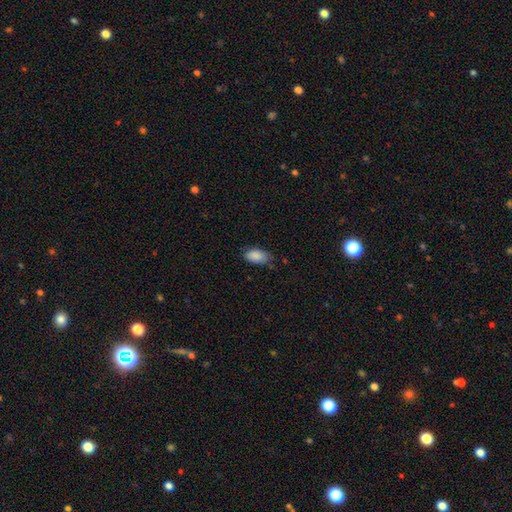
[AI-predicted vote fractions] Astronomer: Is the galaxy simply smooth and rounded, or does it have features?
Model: smooth — 88%.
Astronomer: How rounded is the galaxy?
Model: in between — 93%.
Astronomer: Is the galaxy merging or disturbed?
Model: none — 67%.